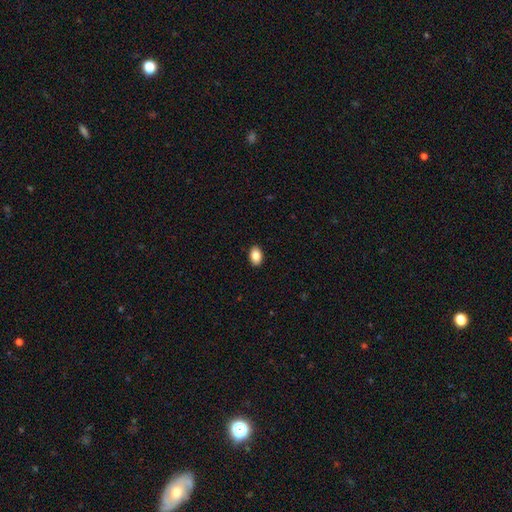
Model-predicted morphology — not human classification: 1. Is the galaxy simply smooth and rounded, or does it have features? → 86% smooth, 8% star or artifact, 7% featured or disk.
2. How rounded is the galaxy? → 87% in between, 11% round, 1% cigar-shaped.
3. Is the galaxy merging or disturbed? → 91% none, 7% minor disturbance, 2% major disturbance, 1% merger.